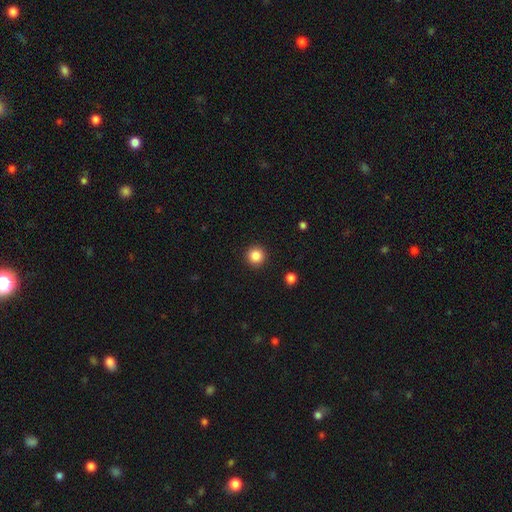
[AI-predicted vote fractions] This appears to be a smooth galaxy with no disk features (86%) that is round (96%). Merging: none (93%).